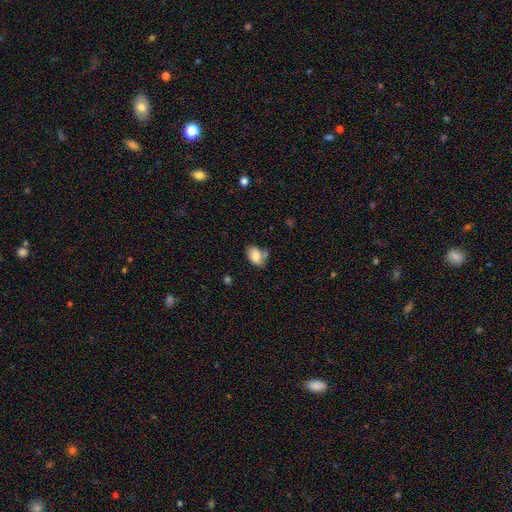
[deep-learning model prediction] Overall: smooth (80%). How rounded: in between (84%). Merging: none (56%; minor disturbance 25%).